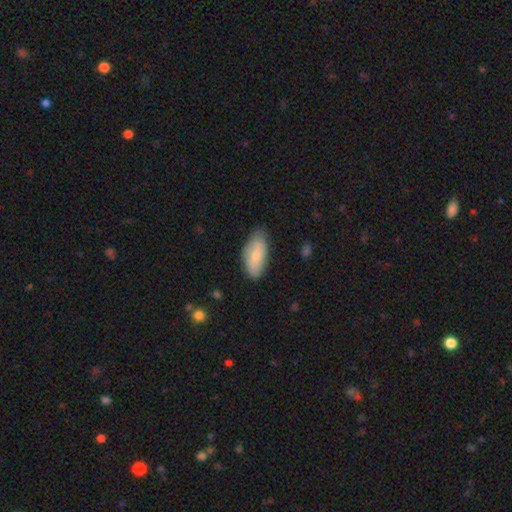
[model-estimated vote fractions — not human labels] smooth_or_featured: smooth (p=0.73) [alt: featured or disk p=0.21]
how_rounded: in between (p=0.88) [alt: cigar-shaped p=0.09]
merging: none (p=0.74) [alt: minor disturbance p=0.22]